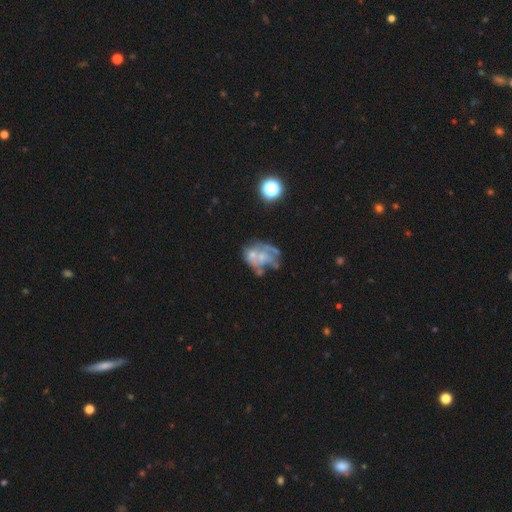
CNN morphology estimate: Q: Smooth or featured?
A: featured or disk (64%); runner-up: smooth (24%)
Q: Edge-on disk?
A: no (98%); runner-up: yes (2%)
Q: Bar?
A: no (88%); runner-up: weak (10%)
Q: Spiral arms?
A: no (70%); runner-up: yes (30%)
Q: Bulge size?
A: none (39%); runner-up: small (34%)
Q: Merging?
A: none (31%); runner-up: major disturbance (29%)